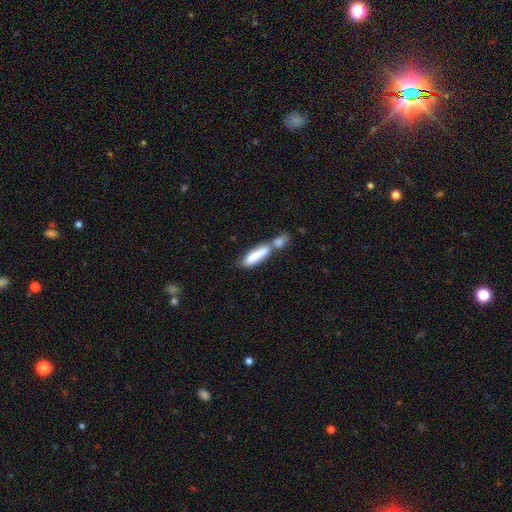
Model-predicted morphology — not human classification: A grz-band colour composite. It shows a smooth galaxy with no disk features (74%) that is cigar-shaped (61%). Merging: merger (62%).